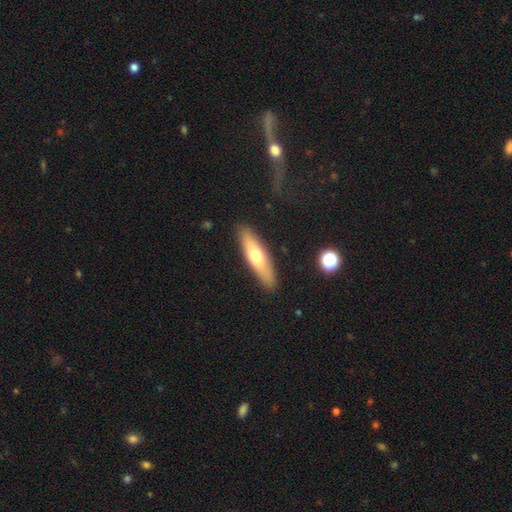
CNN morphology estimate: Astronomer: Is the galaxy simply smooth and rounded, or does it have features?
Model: smooth — 57% (runner-up: featured or disk, 37%).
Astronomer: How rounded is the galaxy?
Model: cigar-shaped — 69%.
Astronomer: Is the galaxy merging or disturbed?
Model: none — 88%.